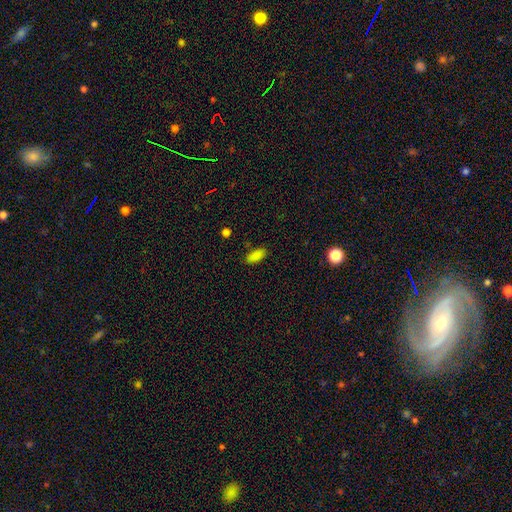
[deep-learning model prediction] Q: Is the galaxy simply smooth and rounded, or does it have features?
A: smooth — 86%.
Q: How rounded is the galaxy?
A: in between — 84%.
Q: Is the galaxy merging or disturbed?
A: none — 85%.